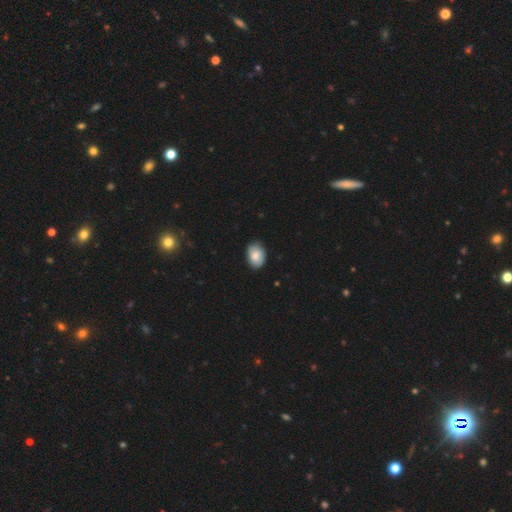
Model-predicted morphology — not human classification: Smooth or featured? smooth (84%)
How rounded? in between (81%)
Merging? none (82%)